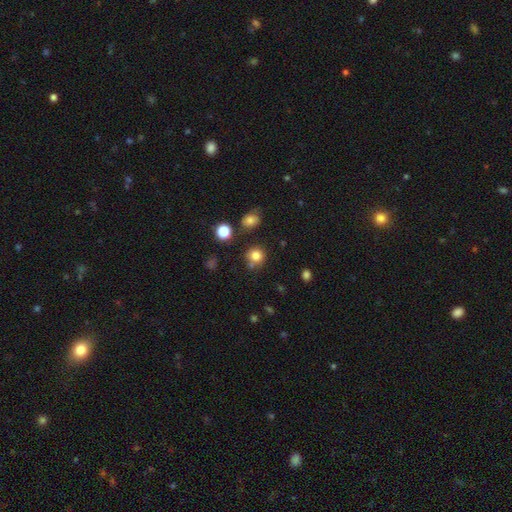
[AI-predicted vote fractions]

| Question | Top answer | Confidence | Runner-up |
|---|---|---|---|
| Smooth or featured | smooth | 80% | star or artifact (13%) |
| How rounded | round | 87% | in between (12%) |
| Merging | none | 71% | minor disturbance (15%) |